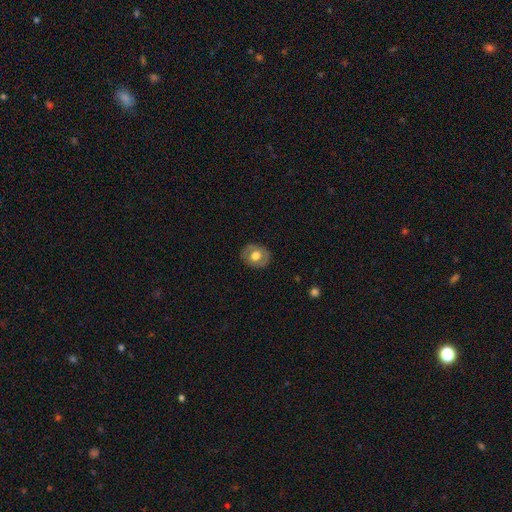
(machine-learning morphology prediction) This is possibly a smooth galaxy (60%). How rounded: likely round (68%). Merging: clearly none (85%).